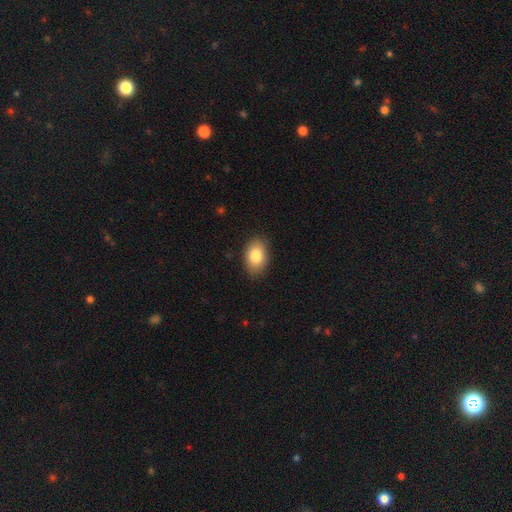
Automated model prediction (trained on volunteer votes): Smooth or featured: smooth — 83% (featured or disk — 10%)
How rounded: in between — 88% (round — 11%)
Merging: none — 86% (minor disturbance — 11%)